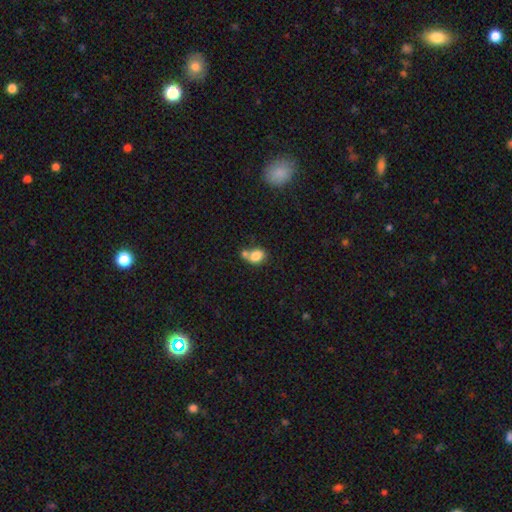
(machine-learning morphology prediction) The model was most divided on "merging": merger: 46%, none: 36%, minor disturbance: 13%, major disturbance: 6%. More confident: smooth or featured — smooth (79%); how rounded — in between (55%).